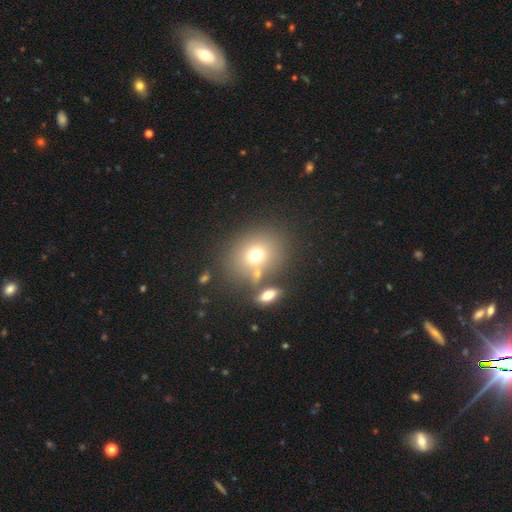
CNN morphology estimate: Q: Smooth or featured?
A: smooth (70%); runner-up: featured or disk (15%)
Q: How rounded?
A: round (65%); runner-up: in between (34%)
Q: Merging?
A: none (65%); runner-up: merger (19%)